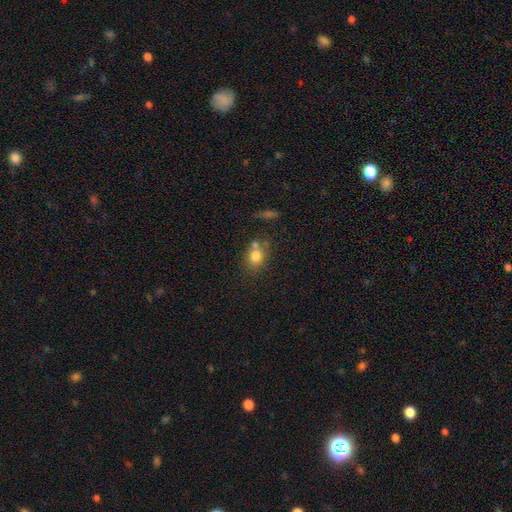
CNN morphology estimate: This appears to be a smooth galaxy with no disk features (77%) that is round (54%). Merging: none (51%).